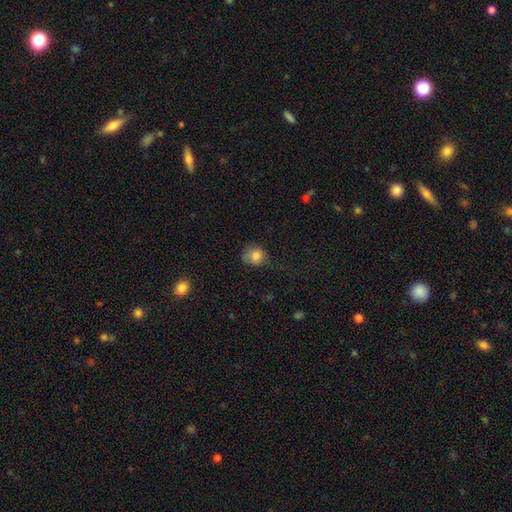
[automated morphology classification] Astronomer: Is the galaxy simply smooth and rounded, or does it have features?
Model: smooth — 82%.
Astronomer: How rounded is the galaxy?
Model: round — 73%.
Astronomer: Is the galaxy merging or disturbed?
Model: none — 57%.